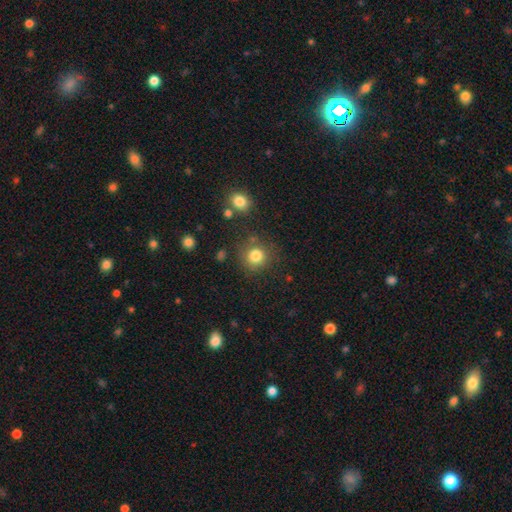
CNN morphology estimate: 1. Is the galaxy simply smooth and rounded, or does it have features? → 83% smooth, 12% star or artifact, 6% featured or disk.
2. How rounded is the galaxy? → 90% round, 9% in between, 1% cigar-shaped.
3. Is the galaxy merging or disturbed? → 79% none, 11% minor disturbance, 6% merger, 5% major disturbance.